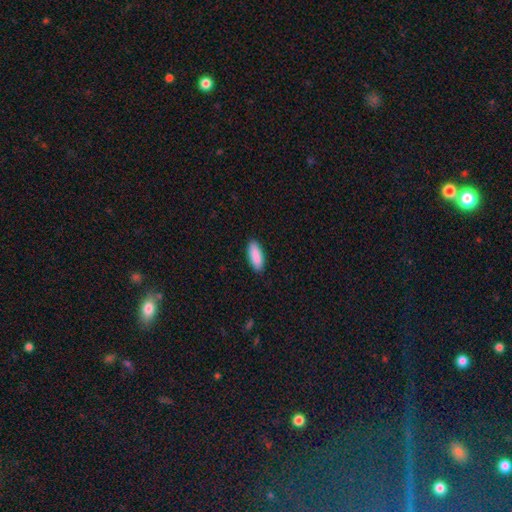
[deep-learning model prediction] smooth_or_featured: smooth (p=0.91) [alt: star or artifact p=0.05]
how_rounded: in between (p=0.73) [alt: cigar-shaped p=0.25]
merging: none (p=0.90) [alt: minor disturbance p=0.08]